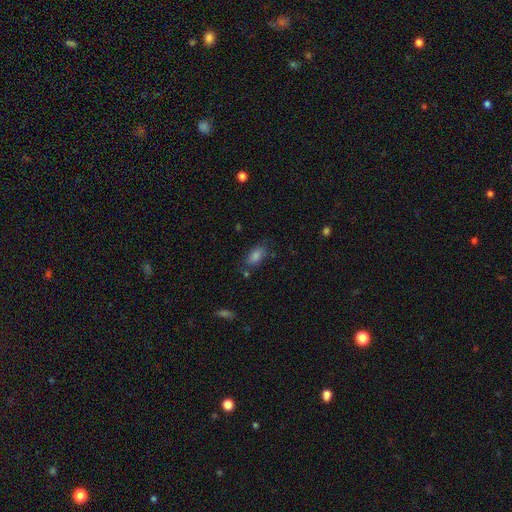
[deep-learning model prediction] A smooth galaxy with no disk features (71%) that is in between round and cigar-shaped (85%). Merging: none (72%).